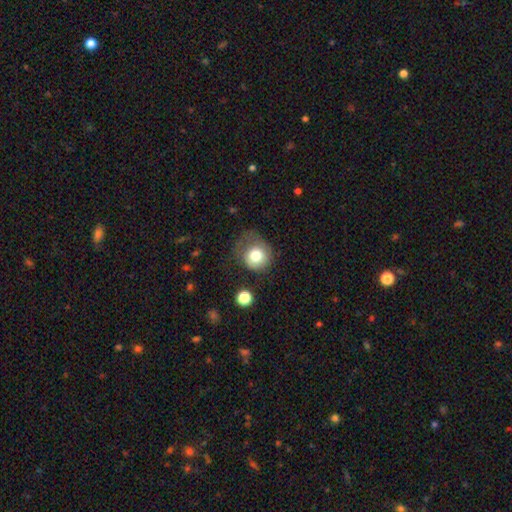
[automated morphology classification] smooth_or_featured: smooth (p=0.76) [alt: featured or disk p=0.15]
how_rounded: round (p=0.84) [alt: in between p=0.16]
merging: none (p=0.42) [alt: minor disturbance p=0.29]